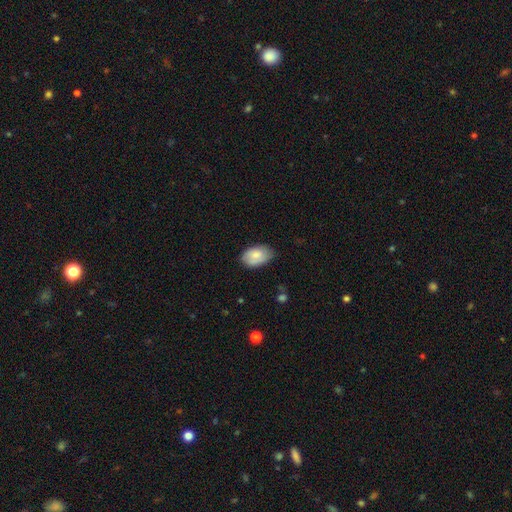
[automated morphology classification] This appears to be a smooth galaxy with no disk features (78%) that is in between round and cigar-shaped (90%). Merging: none (69%).